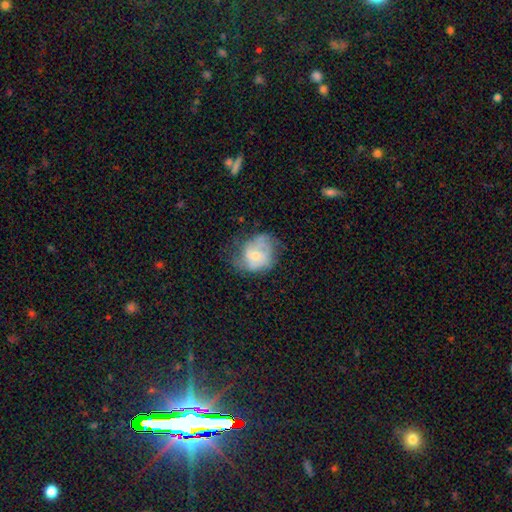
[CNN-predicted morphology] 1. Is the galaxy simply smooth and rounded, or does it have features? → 55% featured or disk, 36% smooth, 8% star or artifact.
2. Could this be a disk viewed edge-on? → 98% no, 2% yes.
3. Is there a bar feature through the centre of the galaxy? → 63% no, 31% weak, 6% strong.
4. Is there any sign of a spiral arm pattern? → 72% yes, 28% no.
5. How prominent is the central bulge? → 56% small, 35% moderate, 5% none, 3% large, 1% dominant.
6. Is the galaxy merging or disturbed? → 47% none, 28% minor disturbance, 22% major disturbance, 2% merger.